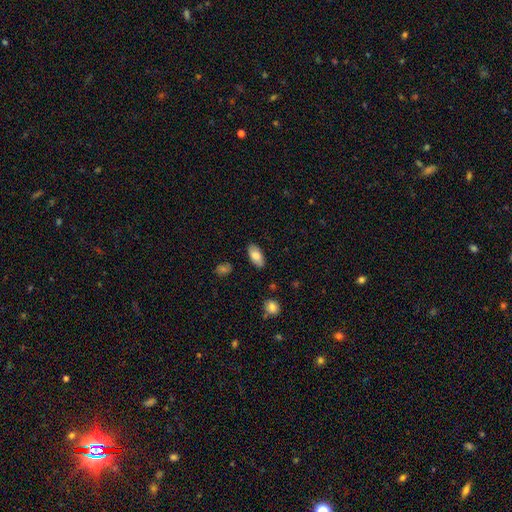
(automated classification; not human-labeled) Q: Smooth or featured?
A: smooth (80%); runner-up: featured or disk (14%)
Q: How rounded?
A: in between (93%); runner-up: cigar-shaped (5%)
Q: Merging?
A: none (85%); runner-up: minor disturbance (11%)